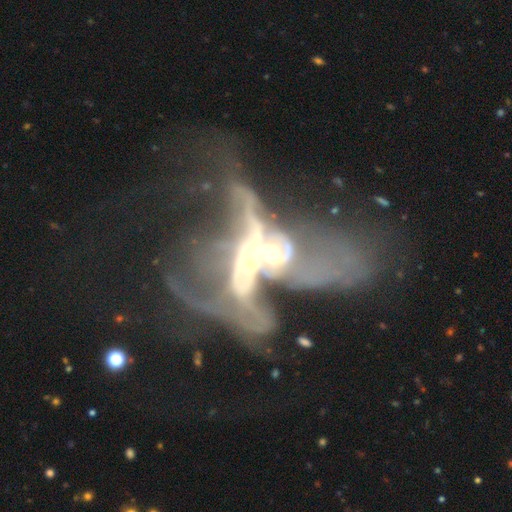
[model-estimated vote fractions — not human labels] featured or disk 74%, star or artifact 14%, smooth 12%. Down the decision tree: edge-on disk — no (89%); bar — no (69%); spiral arms — yes (53%); bulge size — moderate (57%); merging — merger (68%).